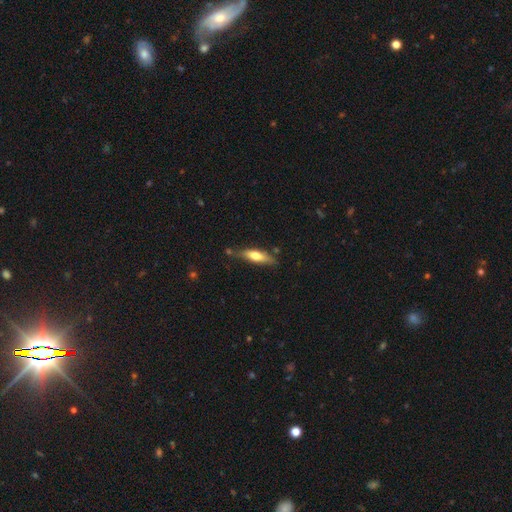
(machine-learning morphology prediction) Smooth or featured: smooth — 56% (featured or disk — 38%)
How rounded: cigar-shaped — 66% (in between — 32%)
Merging: none — 69% (minor disturbance — 20%)